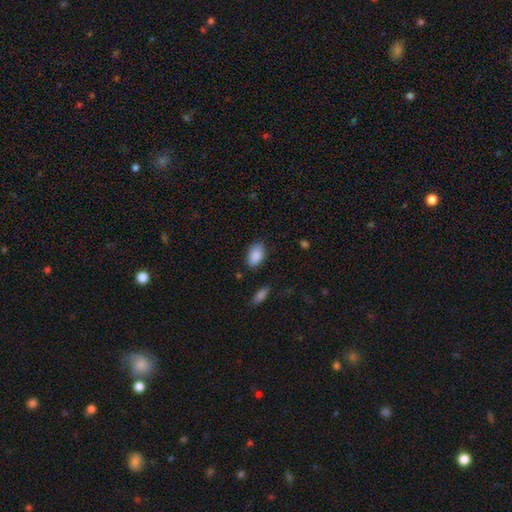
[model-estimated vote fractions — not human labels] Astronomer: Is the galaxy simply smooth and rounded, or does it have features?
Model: smooth — 88%.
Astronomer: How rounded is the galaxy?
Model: in between — 89%.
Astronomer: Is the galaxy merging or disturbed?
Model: none — 80%.